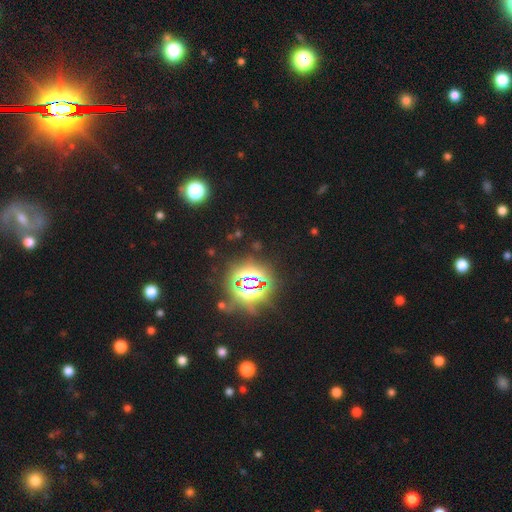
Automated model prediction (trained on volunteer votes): smooth_or_featured: star or artifact (p=0.84) [alt: smooth p=0.10]